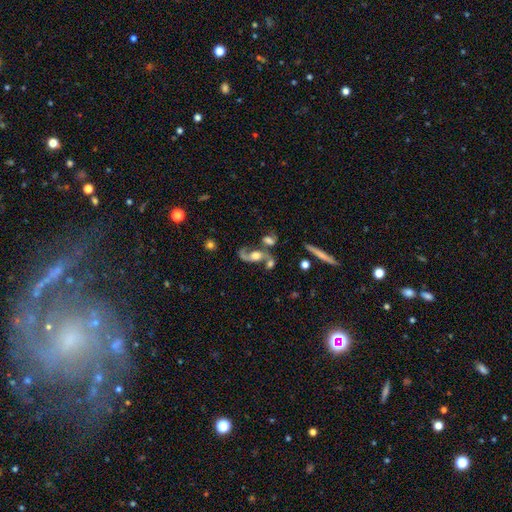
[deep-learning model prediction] Smooth or featured? Predicted: featured or disk (p=0.75). Edge-on disk? Predicted: no (p=0.92). Bar? Predicted: no (p=0.67). Spiral arms? Predicted: yes (p=0.89). Spiral winding? Predicted: loose (p=0.61). Spiral arm count? Predicted: 2 (p=0.84). Bulge size? Predicted: moderate (p=0.44). Merging? Predicted: merger (p=0.39).